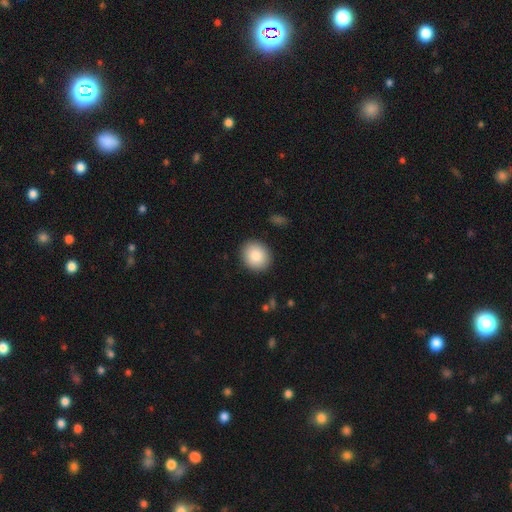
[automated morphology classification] Q: Smooth or featured?
A: smooth (87%); runner-up: star or artifact (7%)
Q: How rounded?
A: round (79%); runner-up: in between (20%)
Q: Merging?
A: none (91%); runner-up: minor disturbance (6%)